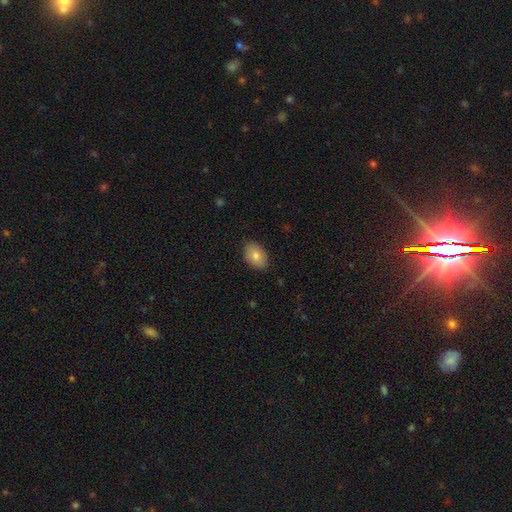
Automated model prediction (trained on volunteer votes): The model was most divided on "smooth or featured": smooth: 82%, featured or disk: 11%, star or artifact: 7%. More confident: how rounded — in between (87%); merging — none (85%).